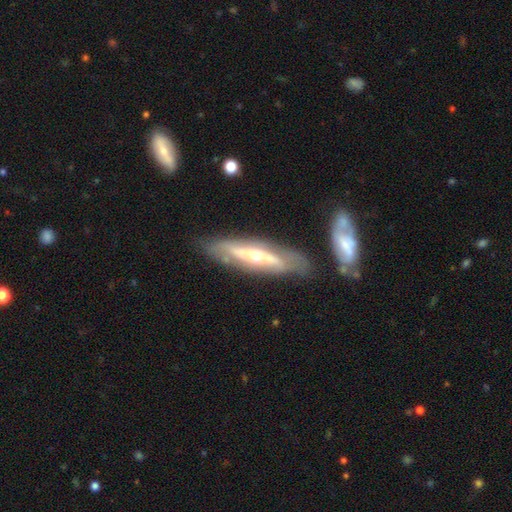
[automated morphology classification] type=featured or disk (74%); edge-on=no (50%, tied with yes); merging=none (73%).